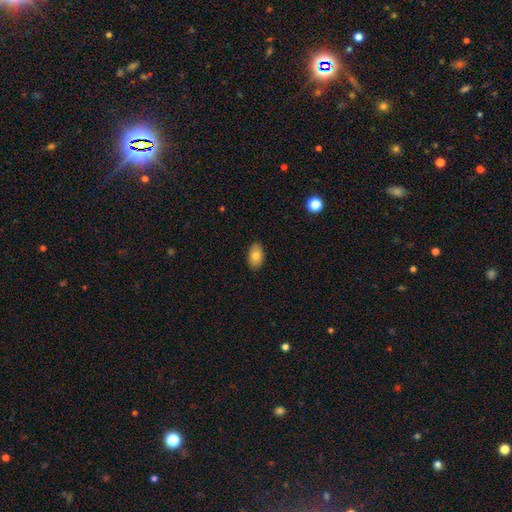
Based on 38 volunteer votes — Overall: smooth (76%). How rounded: in between (97%). Merging: none (82%).